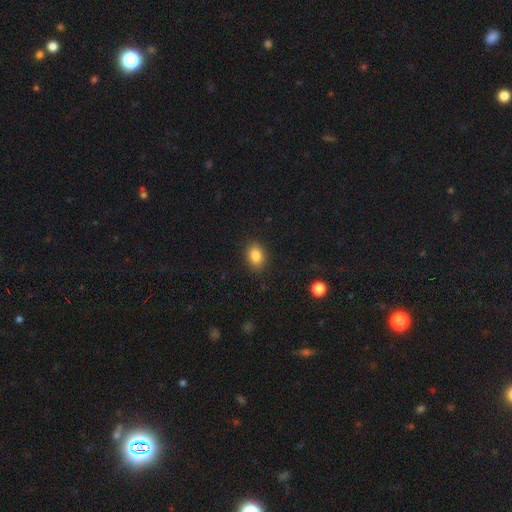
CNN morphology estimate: smooth 85%, star or artifact 9%, featured or disk 6%. Down the decision tree: how rounded — in between (68%); merging — none (88%).